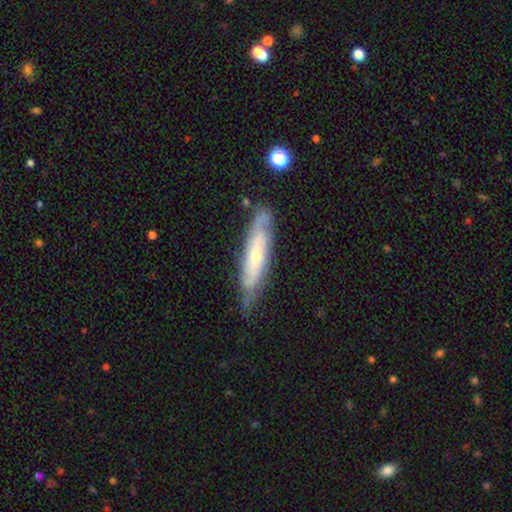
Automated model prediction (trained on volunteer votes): Morphology: type=featured or disk (66%); edge-on=no (64%); merging=none (65%).